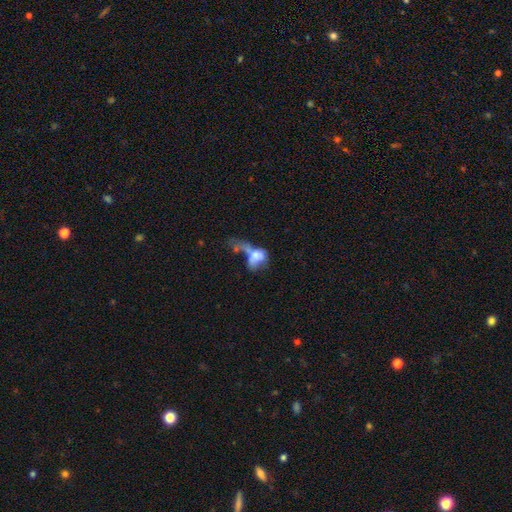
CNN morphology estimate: Smooth or featured?
  - smooth: 57% *
  - featured or disk: 32%
  - star or artifact: 11%
How rounded?
  - in between: 77% *
  - round: 18%
  - cigar-shaped: 5%
Merging?
  - merger: 42% *
  - major disturbance: 38%
  - none: 11%
  - minor disturbance: 9%